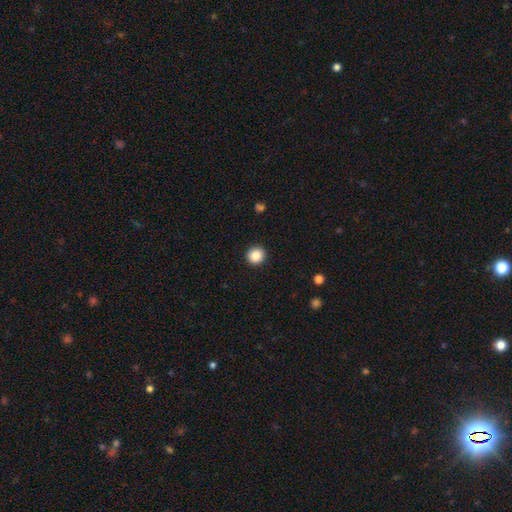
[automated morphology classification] This appears to be a smooth galaxy with no disk features (88%) that is round (92%). Merging: none (93%).